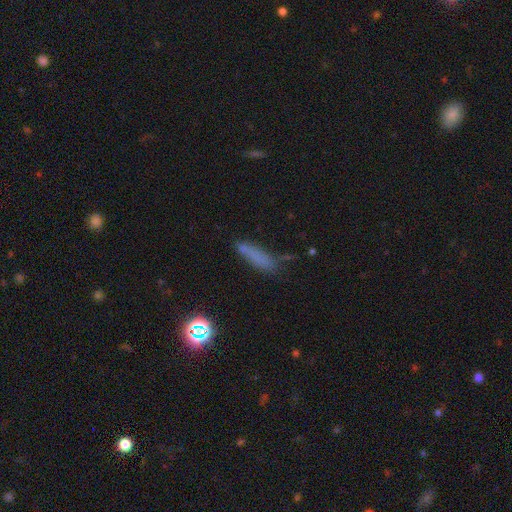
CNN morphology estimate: The model was most divided on "merging": none: 62%, minor disturbance: 23%, major disturbance: 9%, merger: 5%. More confident: how rounded — cigar-shaped (76%); smooth or featured — smooth (68%).